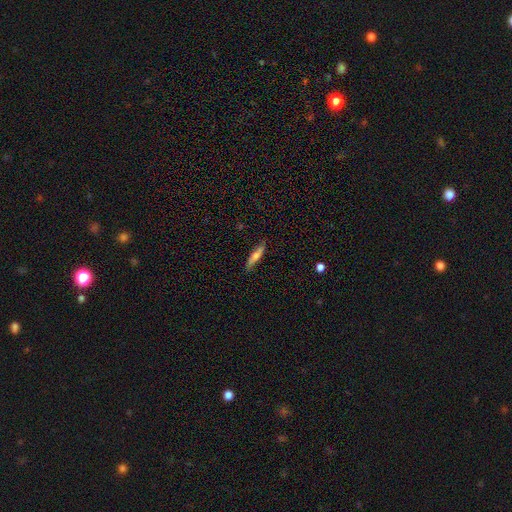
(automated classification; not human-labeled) Morphology: type=smooth (53%); roundness=cigar-shaped (84%); merging=none (85%).